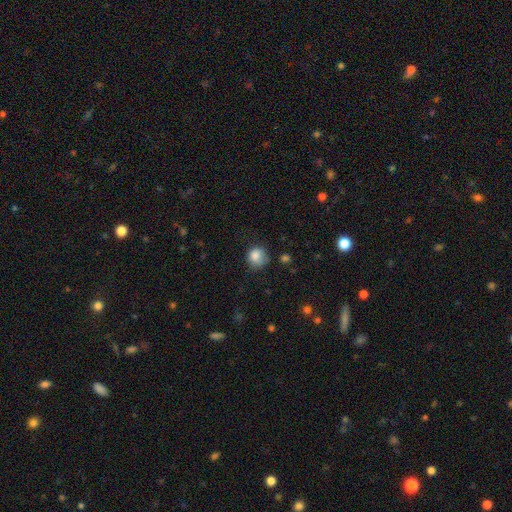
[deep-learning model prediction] Smooth or featured?
  - smooth: 84% *
  - star or artifact: 9%
  - featured or disk: 7%
How rounded?
  - round: 82% *
  - in between: 18%
  - cigar-shaped: 1%
Merging?
  - none: 58% *
  - minor disturbance: 30%
  - major disturbance: 9%
  - merger: 3%